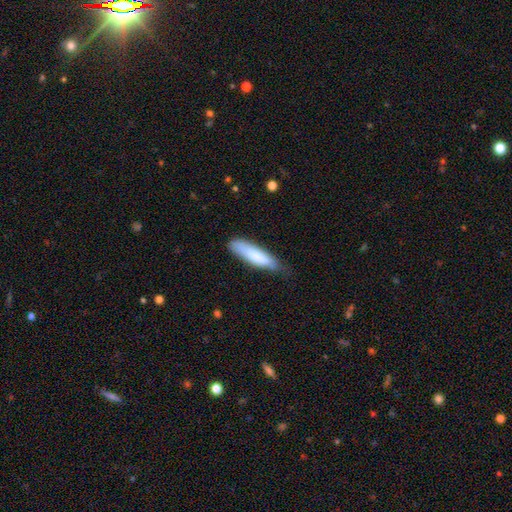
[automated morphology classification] type=smooth (78%); roundness=cigar-shaped (69%); merging=none (64%).